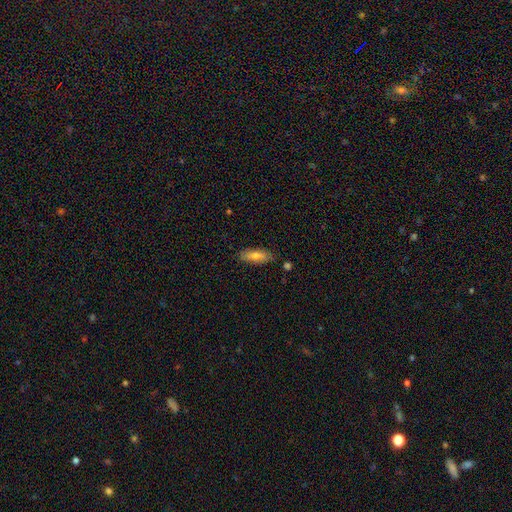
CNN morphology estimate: Overall: smooth (68%). How rounded: in between (61%; cigar-shaped 37%). Merging: none (83%).